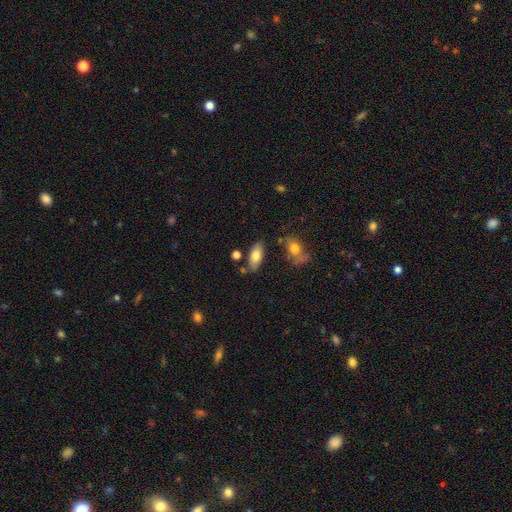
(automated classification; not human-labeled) Smooth or featured: smooth — 78% (featured or disk — 15%)
How rounded: in between — 86% (cigar-shaped — 11%)
Merging: none — 73% (minor disturbance — 15%)